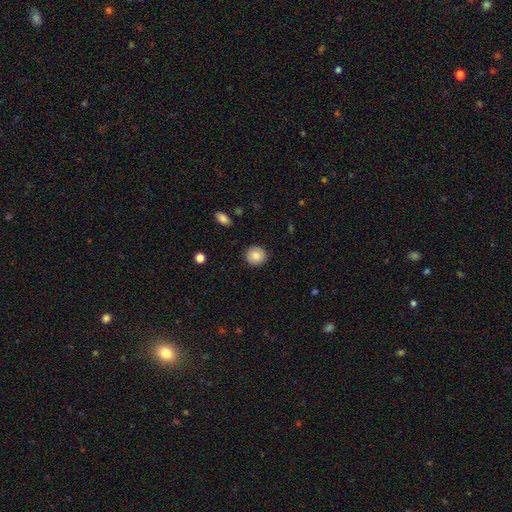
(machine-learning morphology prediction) This appears to be a smooth galaxy with no disk features (82%) that is round (90%). Merging: none (89%).